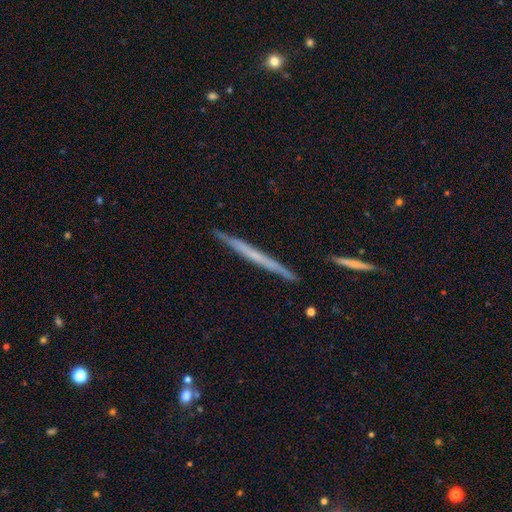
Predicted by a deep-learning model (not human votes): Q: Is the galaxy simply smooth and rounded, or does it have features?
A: featured or disk — 54%.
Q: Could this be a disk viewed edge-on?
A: yes — 97%.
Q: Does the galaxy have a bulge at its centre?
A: none — 87%.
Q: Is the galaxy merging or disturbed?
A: none — 89%.